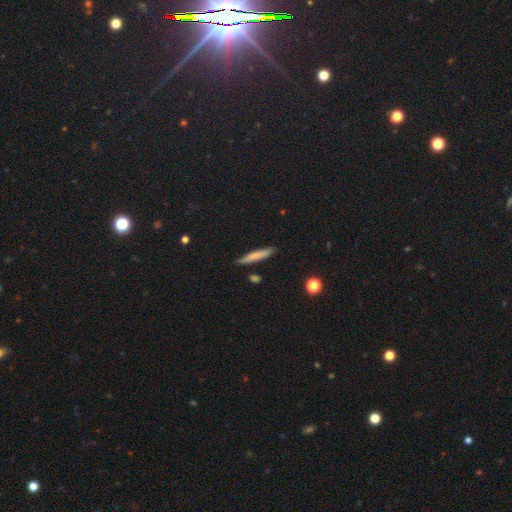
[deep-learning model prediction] This appears to be a smooth galaxy with no disk features (75%) that is cigar-shaped (93%). Merging: none (85%).